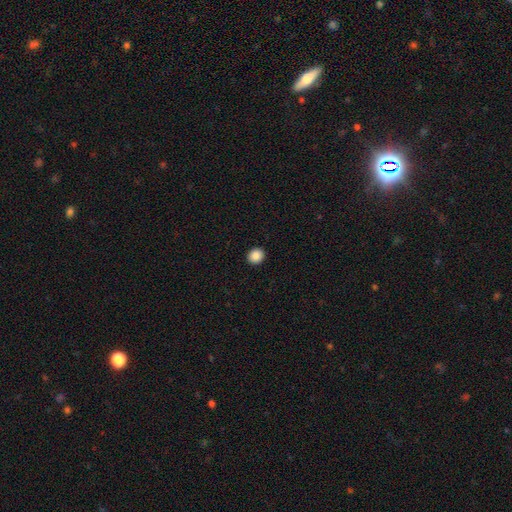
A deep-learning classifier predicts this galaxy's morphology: type=smooth (88%); roundness=round (86%); merging=none (93%).